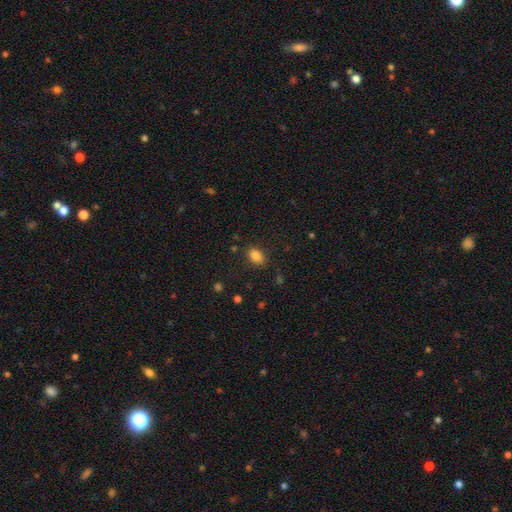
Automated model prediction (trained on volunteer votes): Morphology: type=smooth (84%); roundness=in between (78%); merging=none (84%).